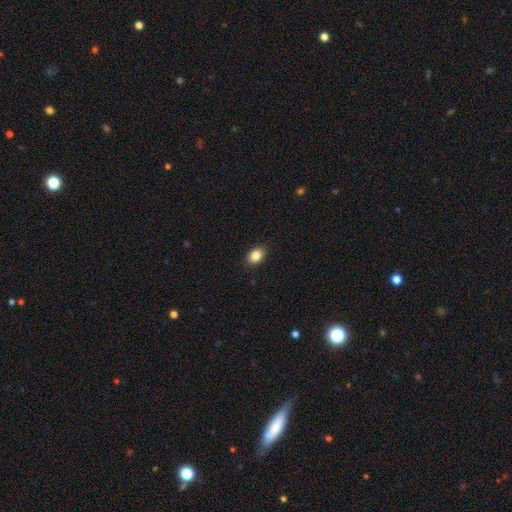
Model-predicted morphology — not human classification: Smooth or featured? Predicted: smooth (p=0.85). How rounded? Predicted: in between (p=0.76). Merging? Predicted: none (p=0.89).